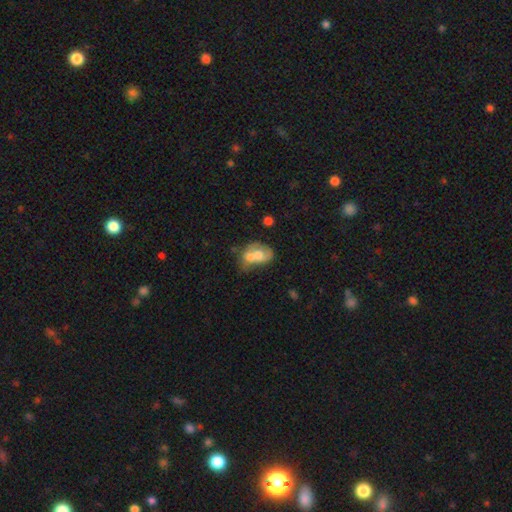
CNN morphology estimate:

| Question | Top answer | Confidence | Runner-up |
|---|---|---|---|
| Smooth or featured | smooth | 59% | featured or disk (33%) |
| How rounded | in between | 73% | round (25%) |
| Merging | merger | 62% | none (17%) |